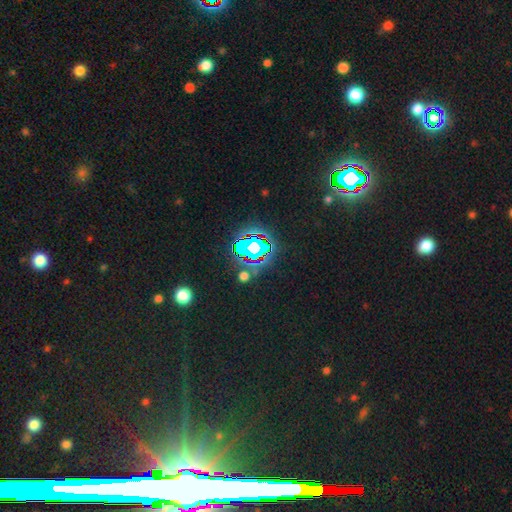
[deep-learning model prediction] Overall: star or artifact (81%).